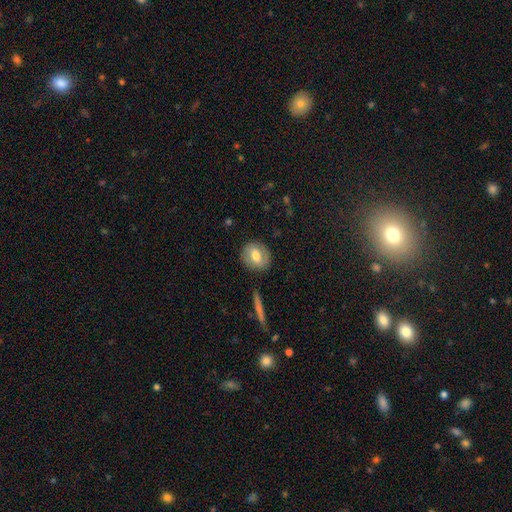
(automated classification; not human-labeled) A smooth galaxy with no disk features (60%) that is round (69%).

Vote fractions:
- Smooth or featured? smooth: 60% / featured or disk: 33% / star or artifact: 7%
- How rounded? round: 69% / in between: 30% / cigar-shaped: 2%
- Merging? none: 85% / minor disturbance: 10% / major disturbance: 3% / merger: 2%